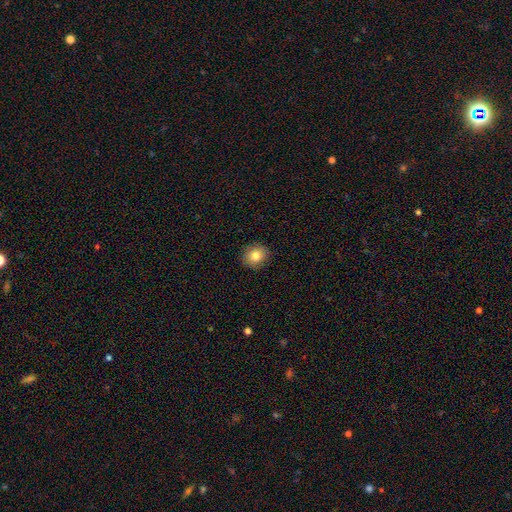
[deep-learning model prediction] Smooth or featured? Predicted: smooth (p=0.81). How rounded? Predicted: round (p=0.81). Merging? Predicted: none (p=0.89).